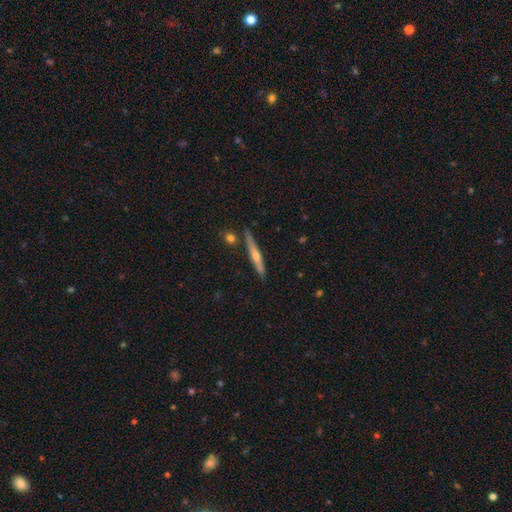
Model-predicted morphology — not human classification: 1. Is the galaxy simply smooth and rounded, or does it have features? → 62% featured or disk, 32% smooth, 7% star or artifact.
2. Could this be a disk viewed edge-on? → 96% yes, 4% no.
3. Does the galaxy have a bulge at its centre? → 77% rounded, 18% none, 4% boxy.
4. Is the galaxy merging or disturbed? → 85% none, 9% minor disturbance, 4% merger, 2% major disturbance.